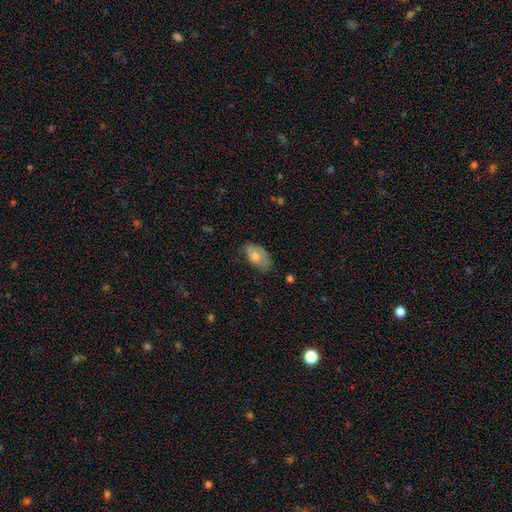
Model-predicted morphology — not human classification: Q: Smooth or featured?
A: smooth (74%); runner-up: featured or disk (19%)
Q: How rounded?
A: in between (93%); runner-up: round (5%)
Q: Merging?
A: none (56%); runner-up: minor disturbance (33%)